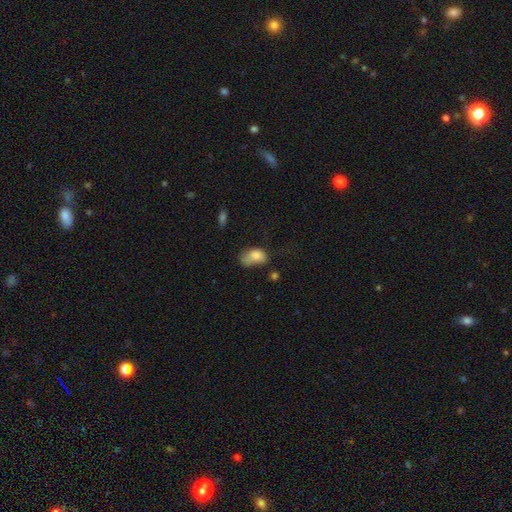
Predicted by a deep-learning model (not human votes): smooth 77%, featured or disk 13%, star or artifact 9%. Down the decision tree: how rounded — in between (84%); merging — minor disturbance (34%).